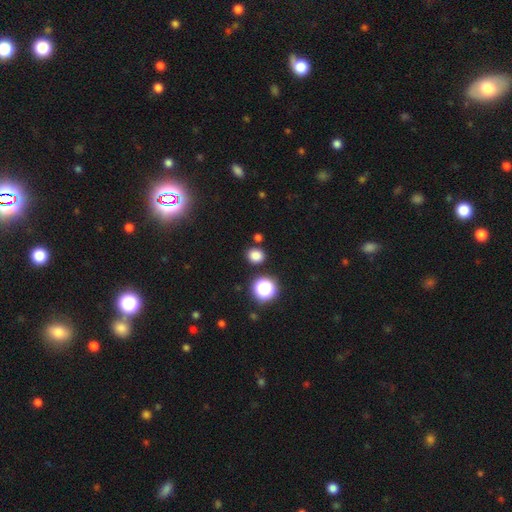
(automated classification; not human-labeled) This is likely a smooth galaxy (79%). How rounded: likely round (73%). Merging: clearly none (84%).